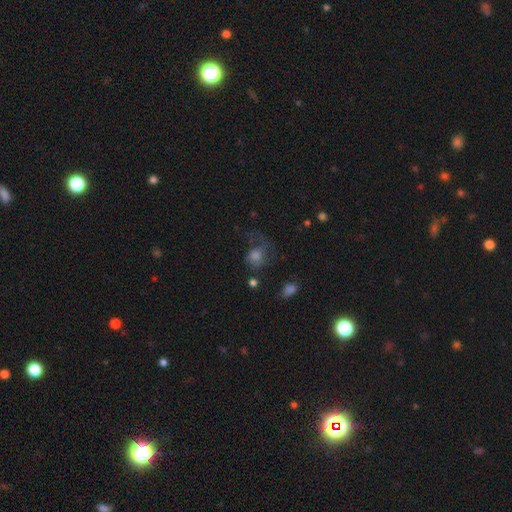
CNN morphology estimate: Smooth or featured? smooth (49%)
Merging? major disturbance (43%)